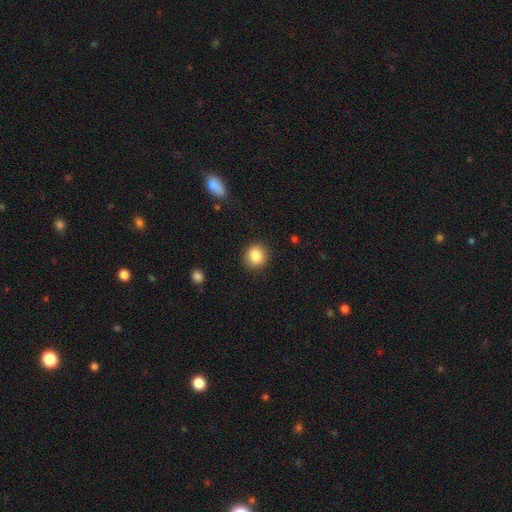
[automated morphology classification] smooth 86%, star or artifact 9%, featured or disk 5%. Down the decision tree: how rounded — round (85%); merging — none (89%).